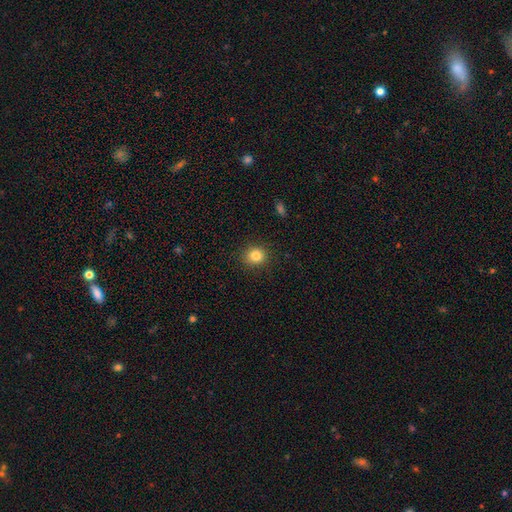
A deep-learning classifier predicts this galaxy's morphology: This appears to be a smooth galaxy with no disk features (83%) that is round (84%). Merging: none (90%).